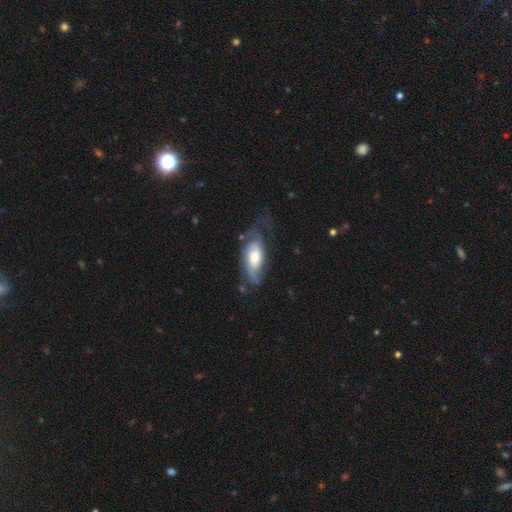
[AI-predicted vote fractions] Morphology: type=featured or disk (66%); edge-on=no (85%); bar=no (67%); spiral arms=yes (82%); bulge=moderate (57%); merging=none (50%).